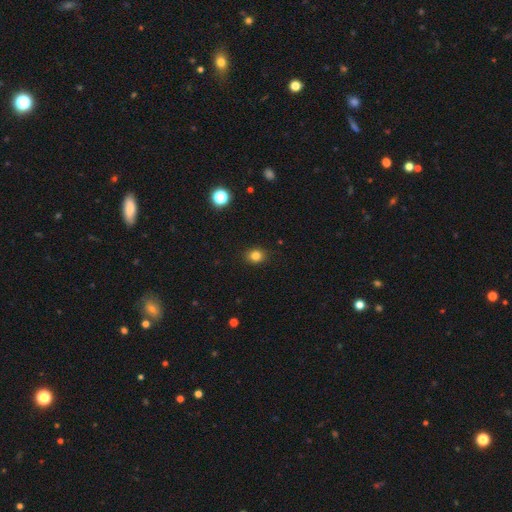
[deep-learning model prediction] This appears to be a smooth galaxy with no disk features (82%) that is round (62%). Merging: none (89%).